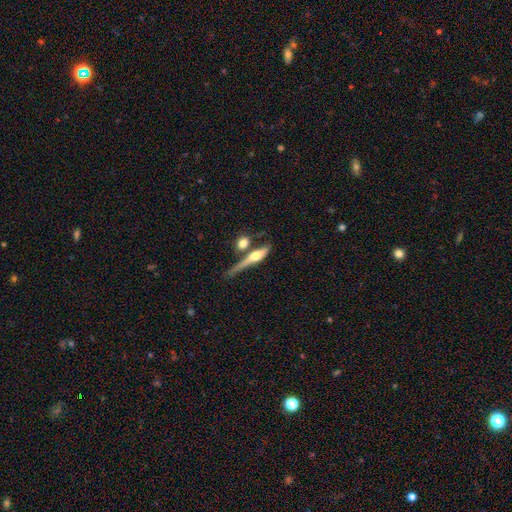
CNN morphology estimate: Smooth or featured?
  - featured or disk: 47% *
  - smooth: 46%
  - star or artifact: 8%
Merging?
  - none: 42% *
  - merger: 30%
  - minor disturbance: 17%
  - major disturbance: 11%